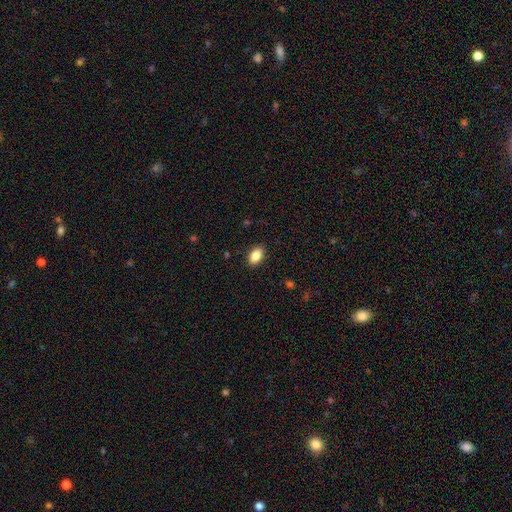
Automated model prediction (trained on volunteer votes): smooth_or_featured: smooth (p=0.86) [alt: star or artifact p=0.08]
how_rounded: in between (p=0.91) [alt: round p=0.07]
merging: none (p=0.89) [alt: minor disturbance p=0.08]